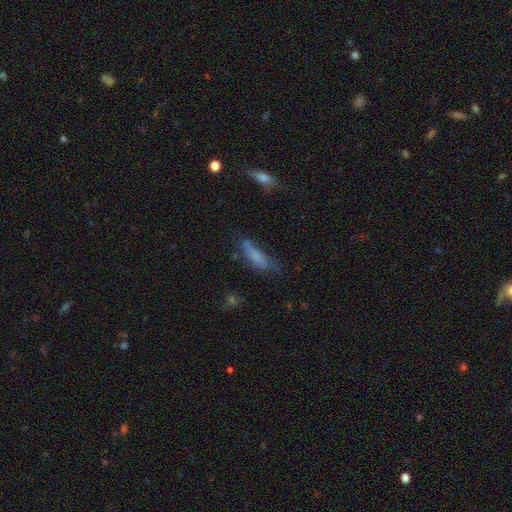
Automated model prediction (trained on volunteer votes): smooth-or-featured: smooth: 65% | featured or disk: 23% | star or artifact: 12%
  how-rounded: cigar-shaped: 61% | in between: 37% | round: 3%
  merging: none: 41% | minor disturbance: 30% | major disturbance: 22% | merger: 6%